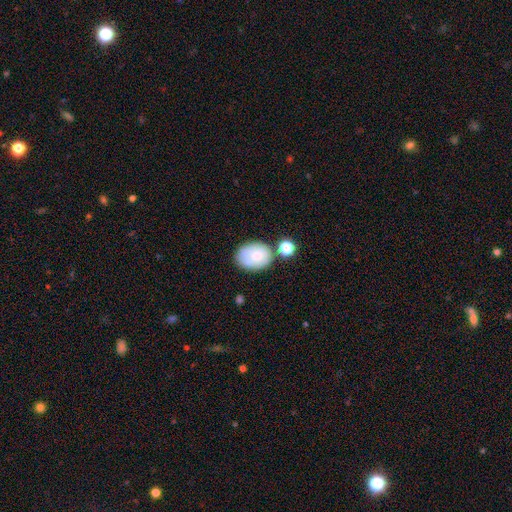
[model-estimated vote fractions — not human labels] A smooth galaxy with no disk features (72%) that is in between round and cigar-shaped (73%). Merging: none (60%).